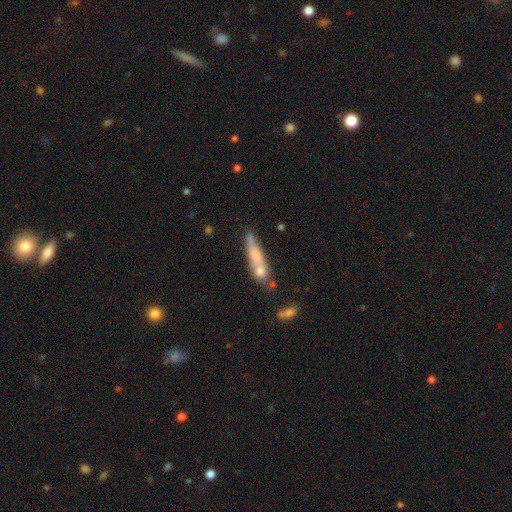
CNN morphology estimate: A smooth galaxy with no disk features (56%) that is cigar-shaped (81%). Merging: none (43%).